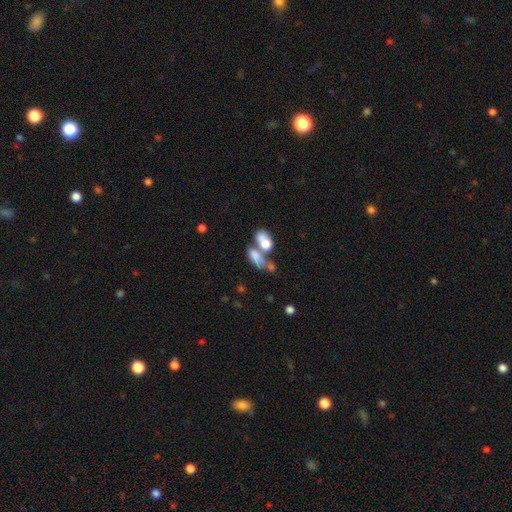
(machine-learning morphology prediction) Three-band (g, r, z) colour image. It shows a smooth galaxy with no disk features (72%) that is in between round and cigar-shaped (83%). Merging: merger (60%).